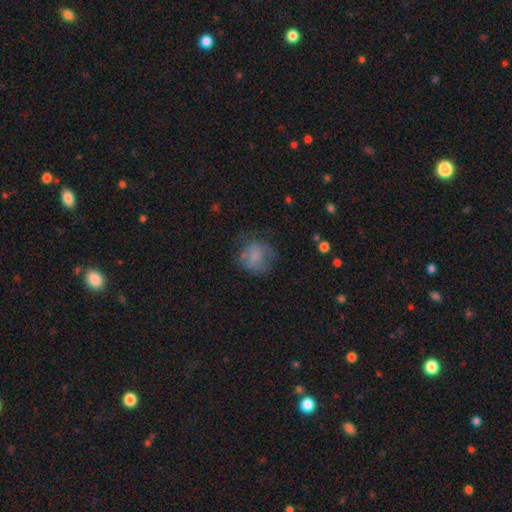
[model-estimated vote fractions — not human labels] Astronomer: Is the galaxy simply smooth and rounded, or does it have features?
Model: smooth — 67%.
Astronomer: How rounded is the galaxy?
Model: round — 75%.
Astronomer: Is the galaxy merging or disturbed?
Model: none — 55%.